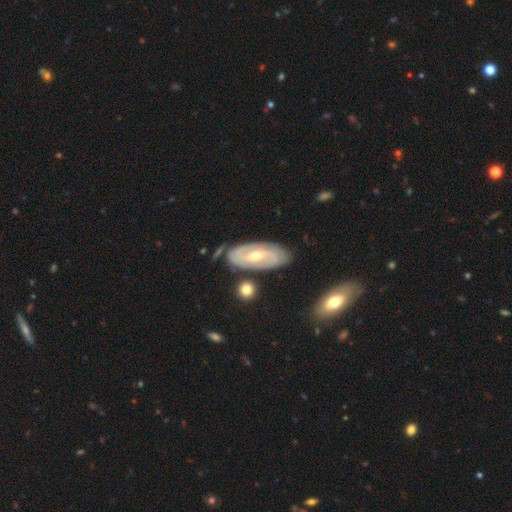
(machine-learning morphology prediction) Smooth or featured?
  - featured or disk: 77% *
  - smooth: 17%
  - star or artifact: 6%
Edge-on disk?
  - no: 91% *
  - yes: 9%
Bar?
  - weak: 48% *
  - no: 31%
  - strong: 21%
Spiral arms?
  - yes: 86% *
  - no: 14%
Spiral winding?
  - tight: 61% *
  - medium: 30%
  - loose: 10%
Spiral arm count?
  - 2: 59% *
  - can't tell: 28%
  - 3: 6%
  - 1: 3%
  - 4: 2%
  - more than 4: 2%
Bulge size?
  - moderate: 53% *
  - small: 43%
  - large: 2%
  - none: 1%
  - dominant: 1%
Merging?
  - none: 78% *
  - minor disturbance: 15%
  - merger: 4%
  - major disturbance: 4%